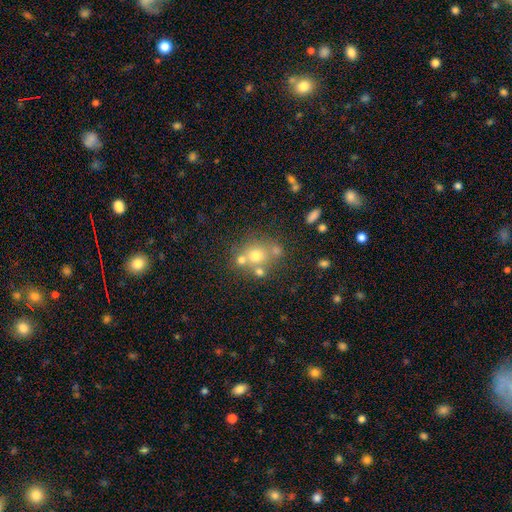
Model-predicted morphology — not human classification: Smooth or featured: smooth — 62% (featured or disk — 21%)
How rounded: round — 81% (in between — 18%)
Merging: none — 55% (merger — 30%)